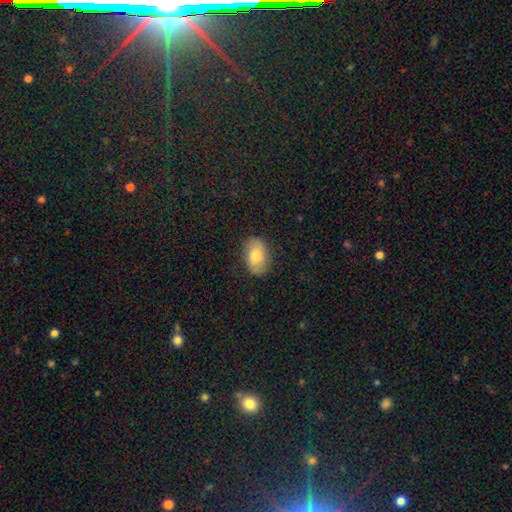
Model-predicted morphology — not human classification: Smooth or featured? smooth (69%)
How rounded? in between (89%)
Merging? none (83%)